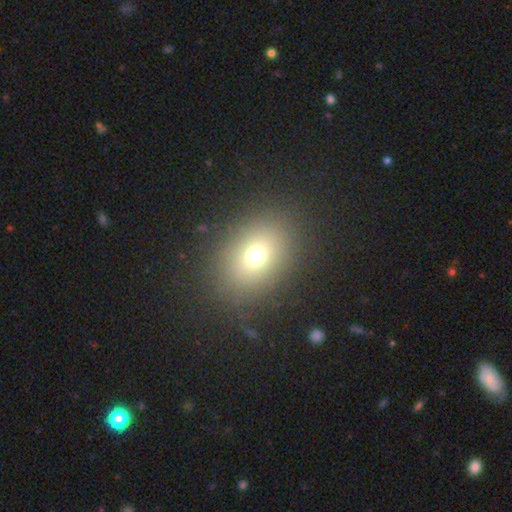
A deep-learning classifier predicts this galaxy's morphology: smooth-or-featured: smooth: 71% | star or artifact: 16% | featured or disk: 13%
  how-rounded: in between: 61% | round: 37% | cigar-shaped: 1%
  merging: none: 85% | minor disturbance: 9% | major disturbance: 5% | merger: 1%